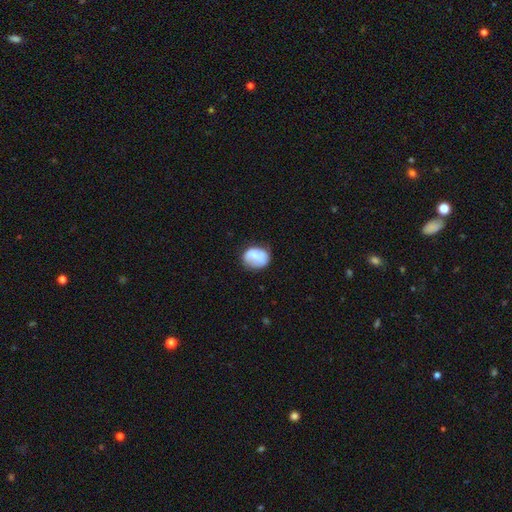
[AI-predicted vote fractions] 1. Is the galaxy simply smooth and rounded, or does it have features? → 70% smooth, 22% featured or disk, 8% star or artifact.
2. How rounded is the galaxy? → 50% round, 48% in between, 1% cigar-shaped.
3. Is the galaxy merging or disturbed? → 56% none, 28% minor disturbance, 11% major disturbance, 5% merger.